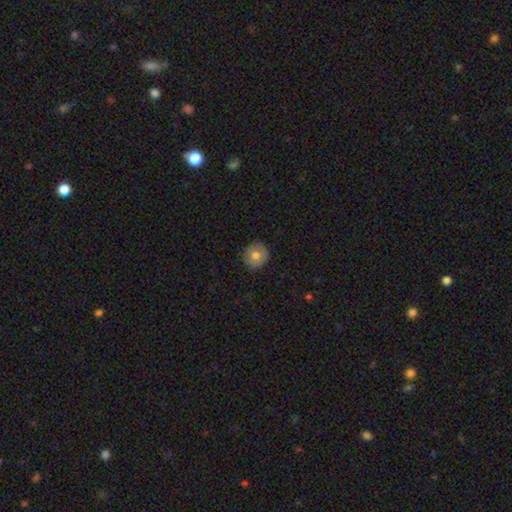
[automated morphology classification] This is likely a smooth galaxy (76%). How rounded: clearly round (89%). Merging: clearly none (88%).